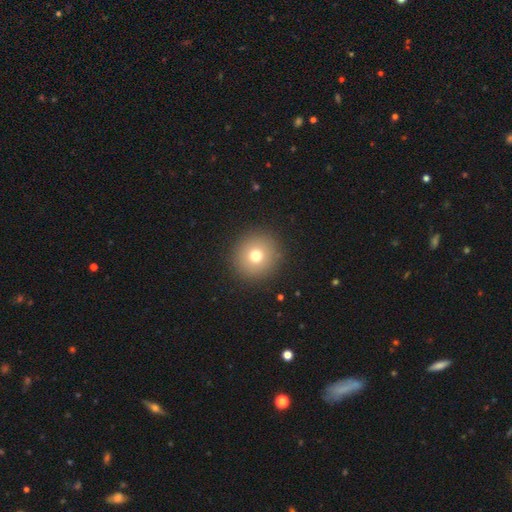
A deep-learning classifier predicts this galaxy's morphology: A smooth galaxy with no disk features (73%) that is round (95%).

Vote fractions:
- Smooth or featured? smooth: 73% / star or artifact: 14% / featured or disk: 13%
- How rounded? round: 95% / in between: 4% / cigar-shaped: 1%
- Merging? none: 92% / minor disturbance: 5% / major disturbance: 2% / merger: 1%